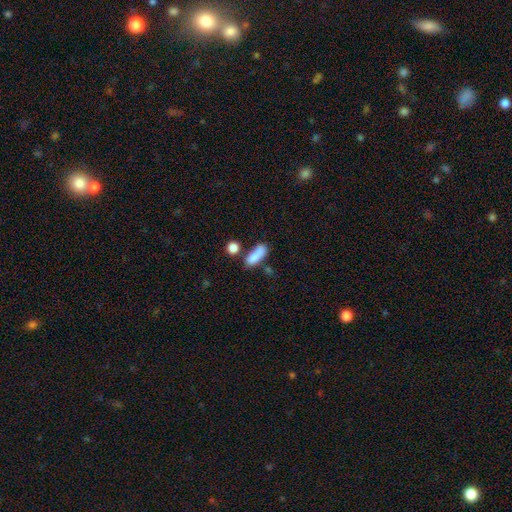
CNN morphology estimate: Q: Smooth or featured?
A: smooth (81%); runner-up: featured or disk (10%)
Q: How rounded?
A: in between (61%); runner-up: cigar-shaped (34%)
Q: Merging?
A: none (48%); runner-up: merger (24%)